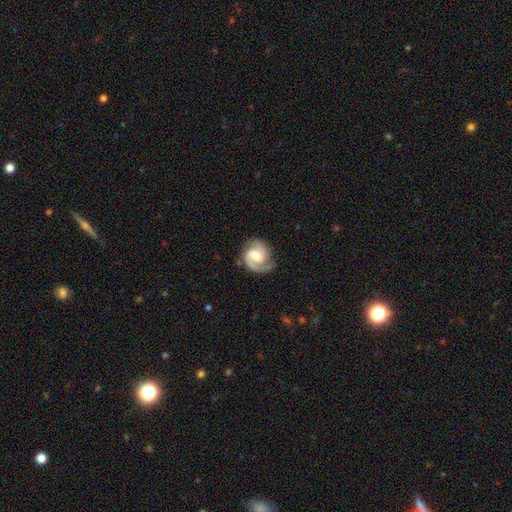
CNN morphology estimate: Smooth or featured?
  - featured or disk: 82% *
  - smooth: 13%
  - star or artifact: 5%
Edge-on disk?
  - no: 98% *
  - yes: 2%
Bar?
  - weak: 49% *
  - no: 39%
  - strong: 12%
Spiral arms?
  - yes: 96% *
  - no: 4%
Spiral winding?
  - medium: 44% *
  - tight: 42%
  - loose: 14%
Spiral arm count?
  - 2: 71% *
  - 1: 20%
  - can't tell: 5%
  - 3: 2%
  - 4: 1%
  - more than 4: 1%
Bulge size?
  - moderate: 46% *
  - small: 31%
  - large: 12%
  - none: 9%
  - dominant: 2%
Merging?
  - none: 72% *
  - minor disturbance: 18%
  - major disturbance: 8%
  - merger: 1%